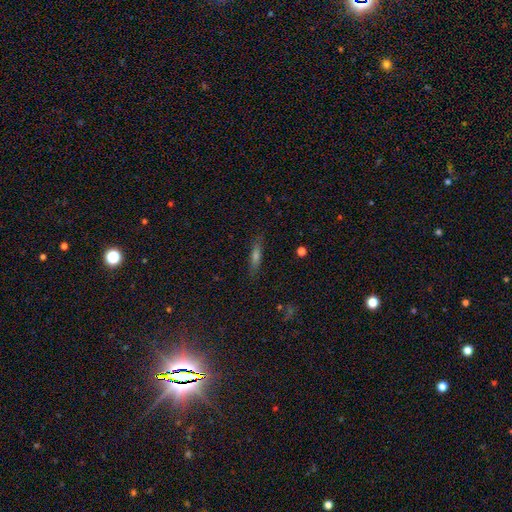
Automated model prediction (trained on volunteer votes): This is possibly a smooth galaxy (52%). How rounded: likely cigar-shaped (76%). Merging: clearly none (85%).